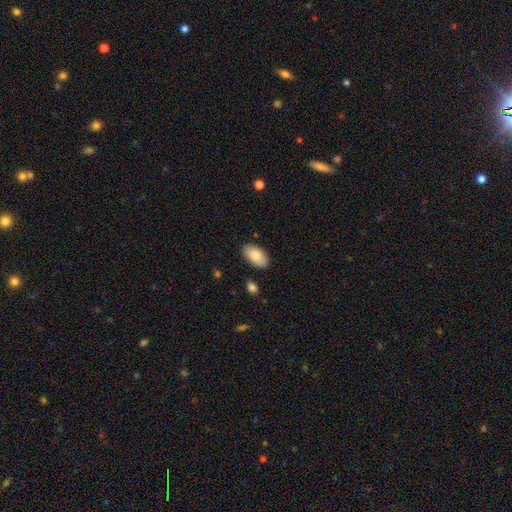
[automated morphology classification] This appears to be a smooth galaxy with no disk features (85%) that is in between round and cigar-shaped (95%). Merging: none (85%).